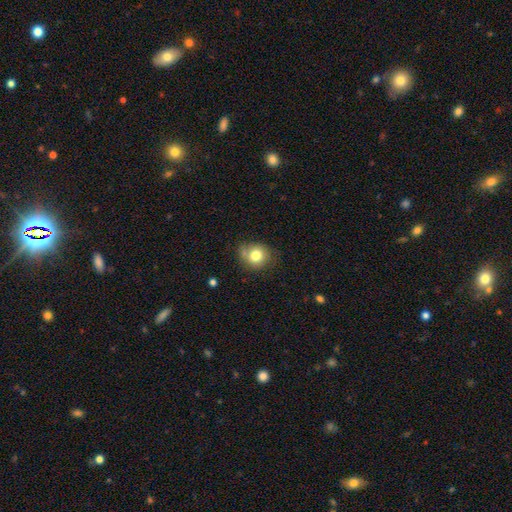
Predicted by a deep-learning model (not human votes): This appears to be a smooth galaxy with no disk features (79%) that is round (78%). Merging: none (64%).